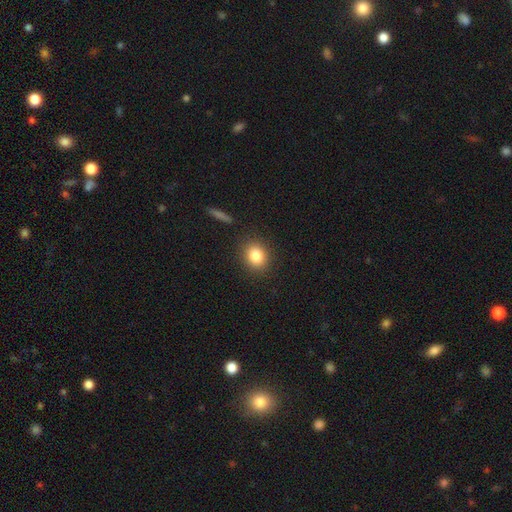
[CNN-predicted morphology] This is clearly a smooth galaxy (83%). How rounded: likely round (66%). Merging: clearly none (88%).